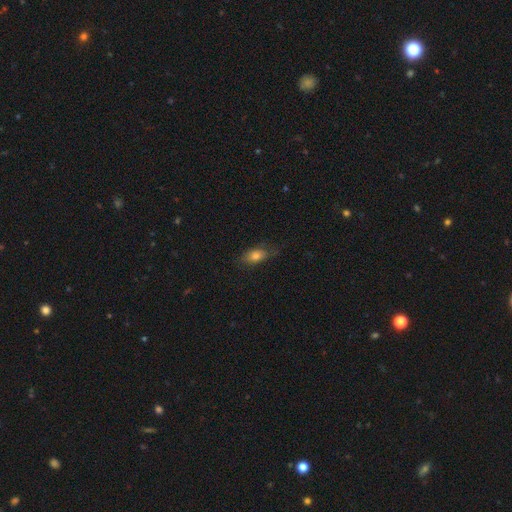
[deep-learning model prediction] Q: Smooth or featured?
A: smooth (77%); runner-up: featured or disk (15%)
Q: How rounded?
A: in between (84%); runner-up: cigar-shaped (9%)
Q: Merging?
A: none (68%); runner-up: minor disturbance (23%)